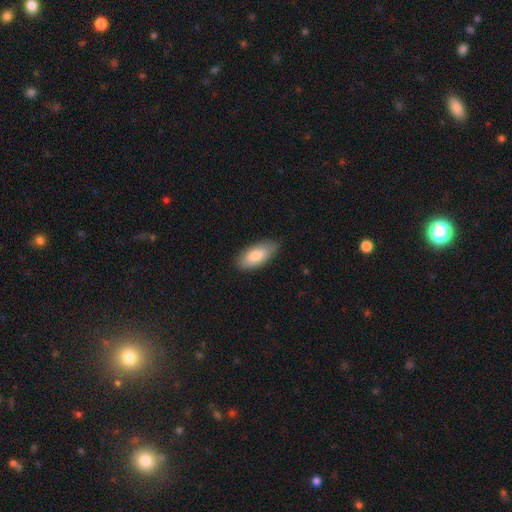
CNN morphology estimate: This appears to be a smooth galaxy with no disk features (81%) that is in between round and cigar-shaped (90%). Merging: none (84%).